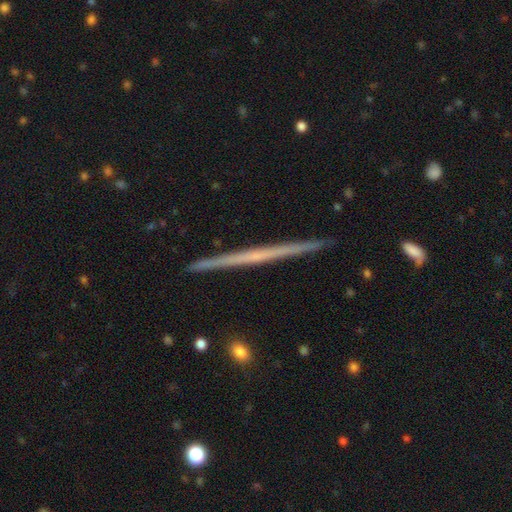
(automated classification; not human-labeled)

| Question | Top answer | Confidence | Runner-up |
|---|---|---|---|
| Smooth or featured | featured or disk | 66% | smooth (28%) |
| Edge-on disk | yes | 98% | no (2%) |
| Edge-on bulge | none | 87% | rounded (9%) |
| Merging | none | 92% | minor disturbance (5%) |